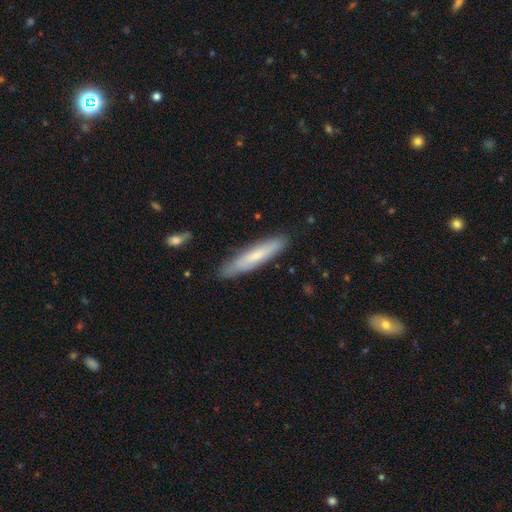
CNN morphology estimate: Smooth or featured?
  - smooth: 67% *
  - featured or disk: 28%
  - star or artifact: 6%
How rounded?
  - cigar-shaped: 87% *
  - in between: 11%
  - round: 1%
Merging?
  - none: 84% *
  - minor disturbance: 12%
  - major disturbance: 2%
  - merger: 1%